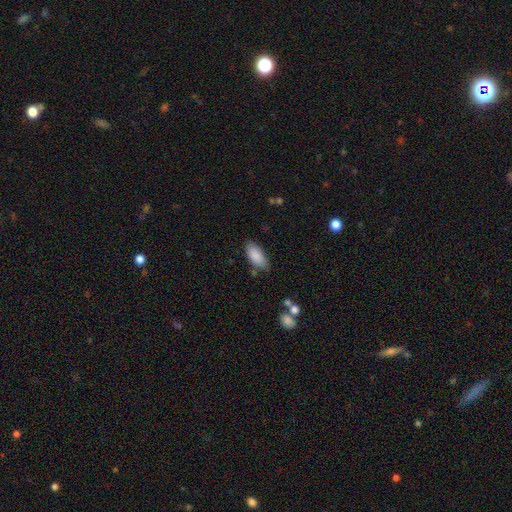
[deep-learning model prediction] This appears to be a smooth galaxy with no disk features (88%) that is in between round and cigar-shaped (88%). Merging: none (76%).